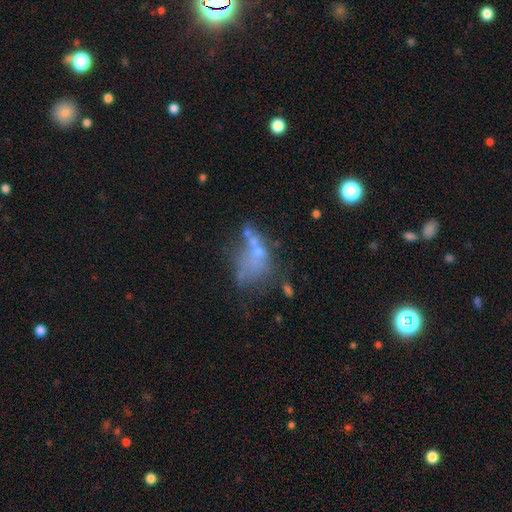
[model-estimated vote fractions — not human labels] Smooth or featured? smooth (39%, tied with featured or disk)
Merging? none (29%)